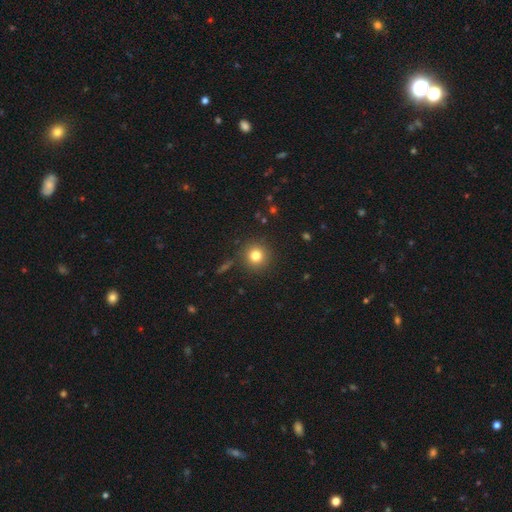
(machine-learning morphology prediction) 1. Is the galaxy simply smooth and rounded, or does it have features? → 80% smooth, 12% star or artifact, 8% featured or disk.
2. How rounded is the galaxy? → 94% round, 5% in between, 1% cigar-shaped.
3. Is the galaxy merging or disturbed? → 89% none, 6% minor disturbance, 2% major disturbance, 2% merger.